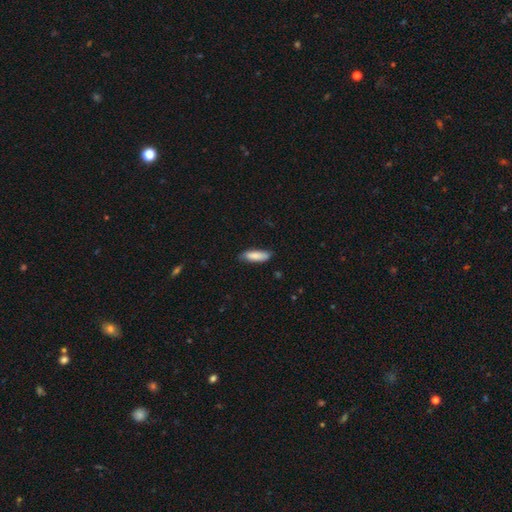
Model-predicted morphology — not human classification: This is clearly a smooth galaxy (85%). How rounded: possibly in between (53%). Merging: likely none (79%).